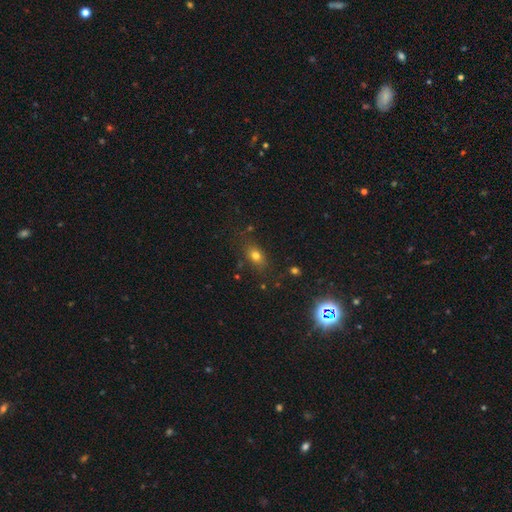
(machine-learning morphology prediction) Smooth or featured?
  - smooth: 73% *
  - star or artifact: 15%
  - featured or disk: 12%
How rounded?
  - in between: 70% *
  - round: 26%
  - cigar-shaped: 5%
Merging?
  - none: 77% *
  - minor disturbance: 15%
  - major disturbance: 5%
  - merger: 3%